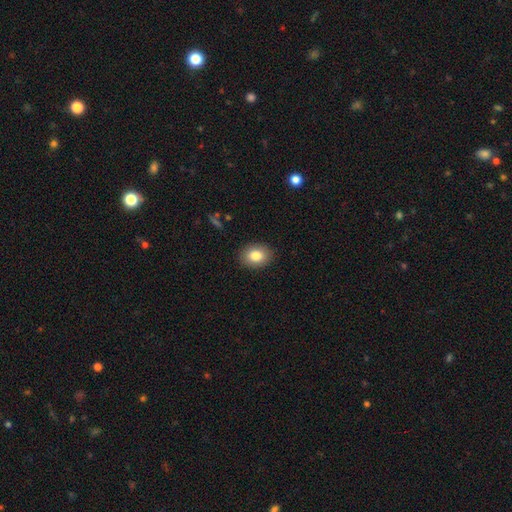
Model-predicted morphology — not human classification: smooth_or_featured: smooth (p=0.84) [alt: star or artifact p=0.08]
how_rounded: in between (p=0.64) [alt: round p=0.35]
merging: none (p=0.89) [alt: minor disturbance p=0.08]